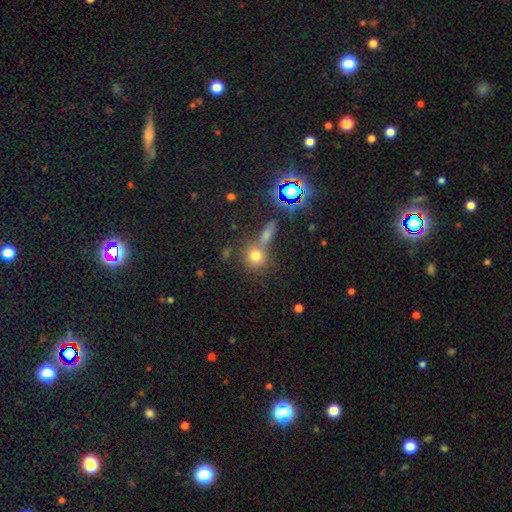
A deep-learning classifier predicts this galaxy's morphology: smooth 72%, star or artifact 18%, featured or disk 10%. Down the decision tree: how rounded — round (81%); merging — none (55%).